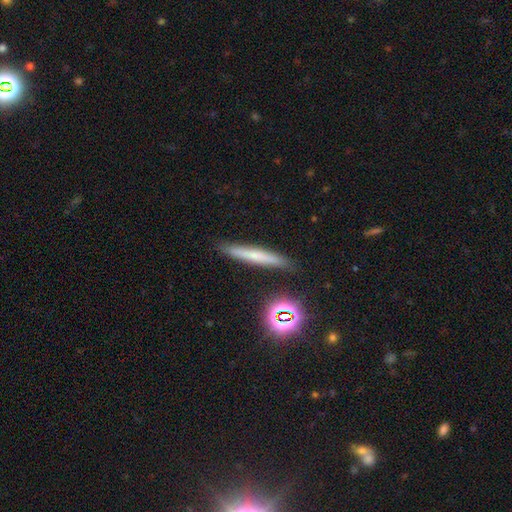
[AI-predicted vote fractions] A smooth galaxy with no disk features (55%) that is cigar-shaped (94%). Merging: none (89%).